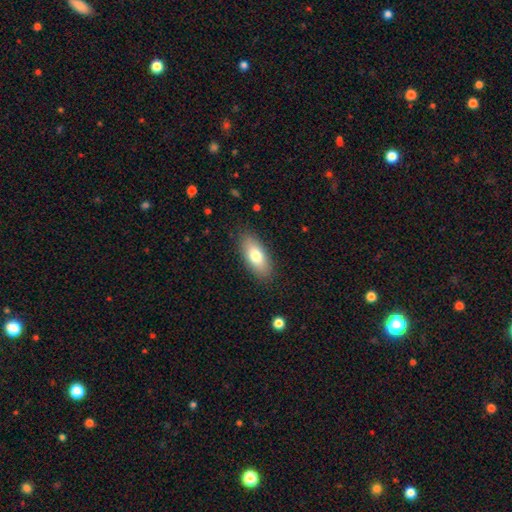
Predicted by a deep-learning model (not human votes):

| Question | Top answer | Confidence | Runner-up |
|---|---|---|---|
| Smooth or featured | smooth | 77% | featured or disk (17%) |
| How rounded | in between | 84% | cigar-shaped (13%) |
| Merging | none | 86% | minor disturbance (10%) |